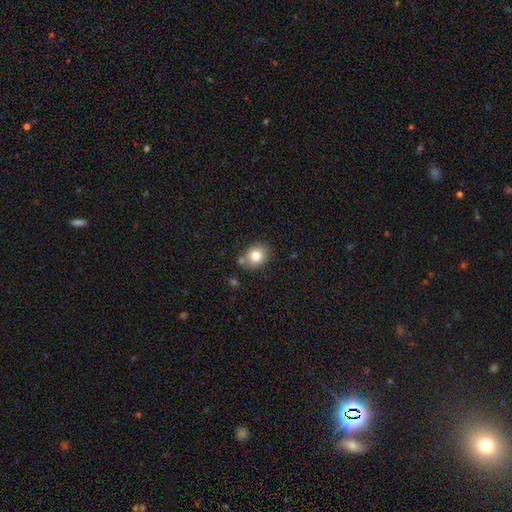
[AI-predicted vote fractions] Overall: smooth (81%). How rounded: round (65%; in between 35%). Merging: none (74%).